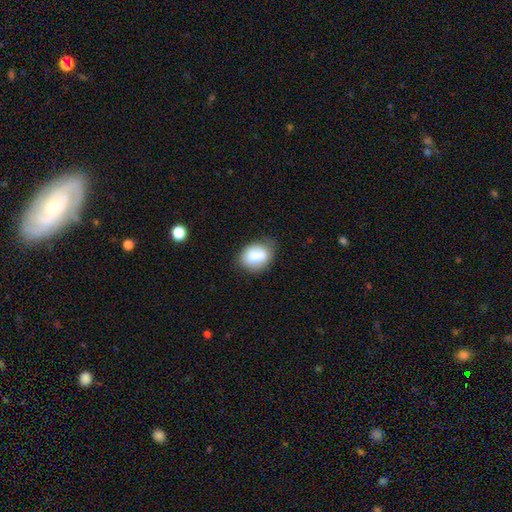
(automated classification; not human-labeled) Morphology: type=smooth (77%); roundness=in between (67%); merging=none (53%).